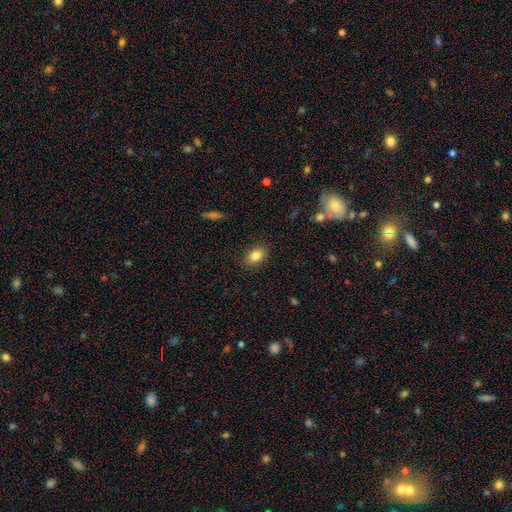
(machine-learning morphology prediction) Smooth or featured: smooth — 84% (star or artifact — 9%)
How rounded: in between — 82% (round — 17%)
Merging: none — 86% (minor disturbance — 10%)